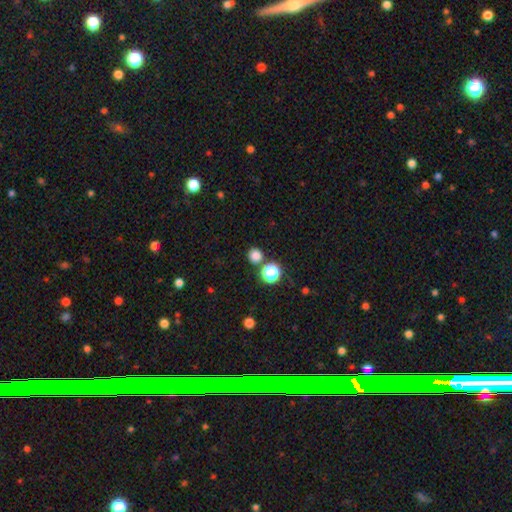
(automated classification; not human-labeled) Q: Smooth or featured?
A: smooth (78%); runner-up: star or artifact (18%)
Q: How rounded?
A: round (90%); runner-up: in between (9%)
Q: Merging?
A: none (81%); runner-up: merger (10%)